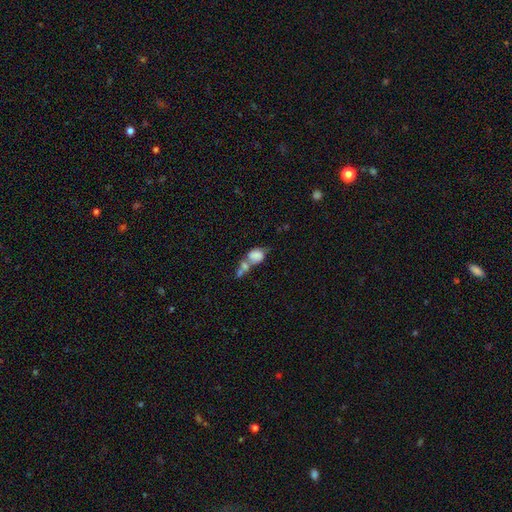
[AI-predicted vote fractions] Q: Smooth or featured?
A: smooth (68%); runner-up: featured or disk (21%)
Q: How rounded?
A: in between (66%); runner-up: round (31%)
Q: Merging?
A: merger (63%); runner-up: none (15%)